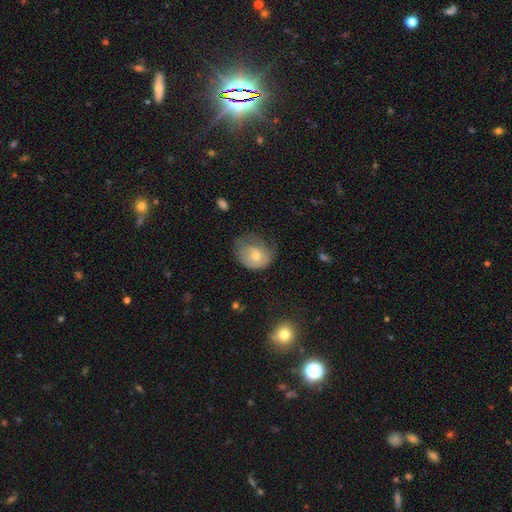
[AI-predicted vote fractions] Smooth or featured?
  - smooth: 60% *
  - featured or disk: 31%
  - star or artifact: 9%
How rounded?
  - round: 58% *
  - in between: 41%
  - cigar-shaped: 1%
Merging?
  - none: 41% *
  - minor disturbance: 34%
  - major disturbance: 24%
  - merger: 2%